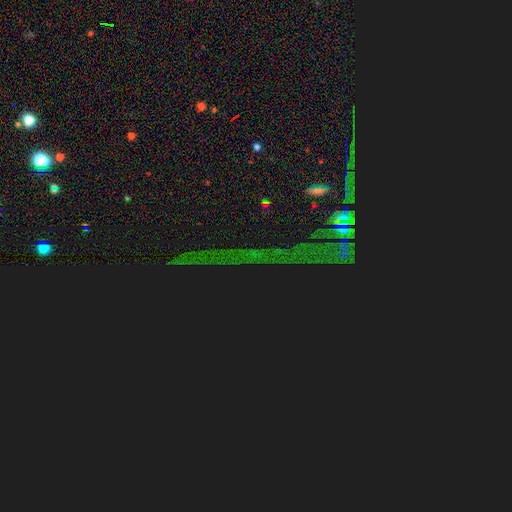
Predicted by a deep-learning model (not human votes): smooth_or_featured: star or artifact (p=0.82) [alt: featured or disk p=0.09]